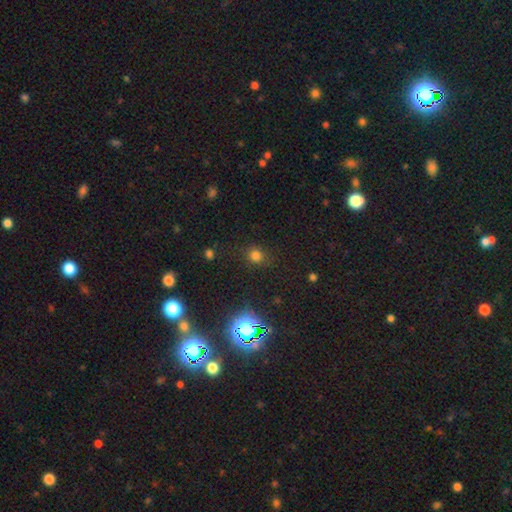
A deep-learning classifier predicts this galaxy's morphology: Overall: smooth (71%). How rounded: round (81%). Merging: none (82%).